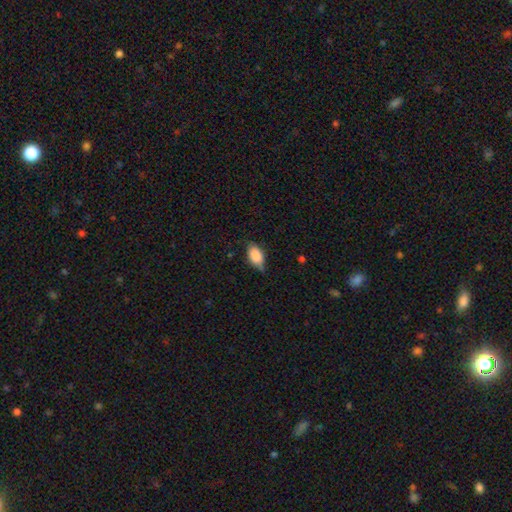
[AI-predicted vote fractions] A smooth galaxy with no disk features (84%) that is in between round and cigar-shaped (90%). Merging: none (60%).